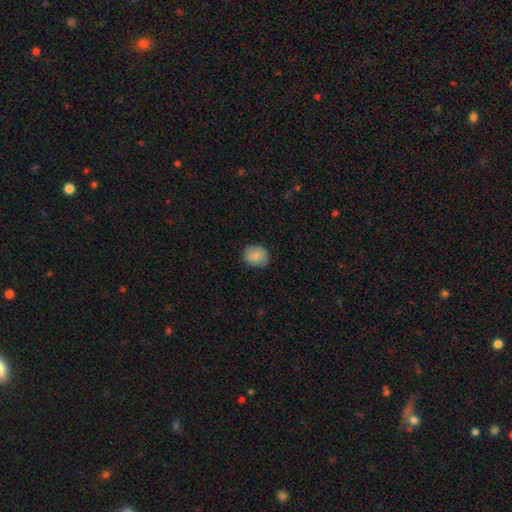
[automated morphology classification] smooth-or-featured: smooth: 87% | star or artifact: 8% | featured or disk: 6%
  how-rounded: round: 58% | in between: 41% | cigar-shaped: 1%
  merging: none: 83% | minor disturbance: 13% | major disturbance: 3% | merger: 1%